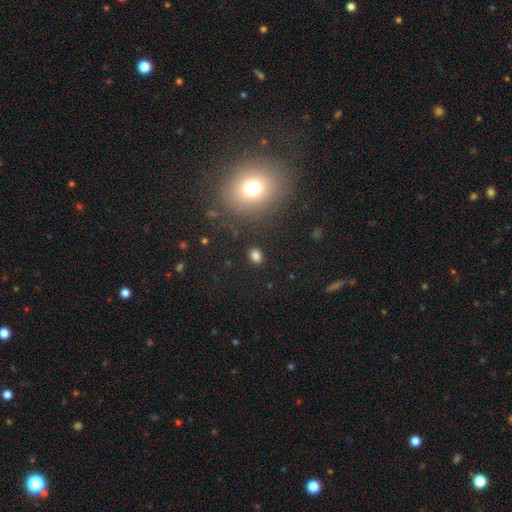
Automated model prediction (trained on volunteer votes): Smooth or featured? smooth (80%)
How rounded? round (54%)
Merging? none (88%)